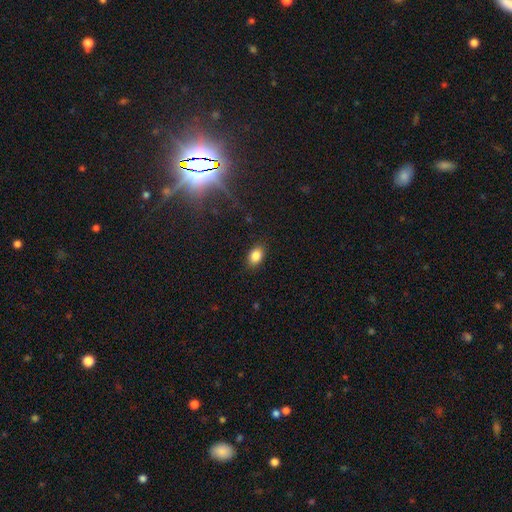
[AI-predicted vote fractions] The model was most divided on "how rounded": in between: 81%, round: 18%, cigar-shaped: 1%. More confident: merging — none (86%); smooth or featured — smooth (85%).